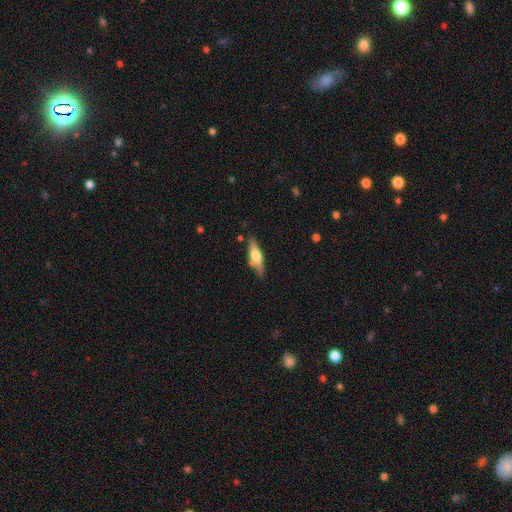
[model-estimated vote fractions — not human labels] Smooth or featured? Predicted: smooth (p=0.50). Merging? Predicted: none (p=0.74).